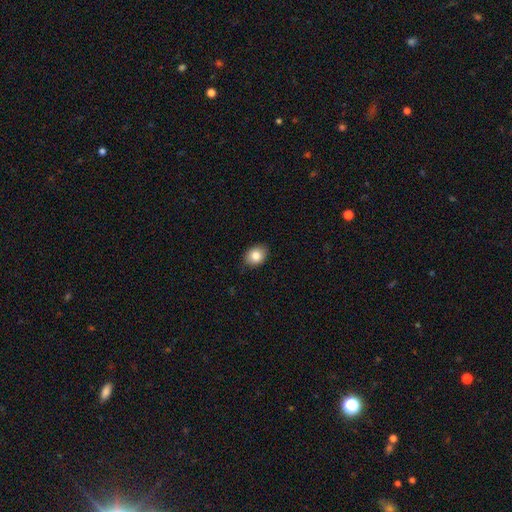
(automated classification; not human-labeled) Smooth or featured?
  - smooth: 84% *
  - star or artifact: 9%
  - featured or disk: 8%
How rounded?
  - in between: 61% *
  - round: 38%
  - cigar-shaped: 1%
Merging?
  - none: 85% *
  - minor disturbance: 12%
  - major disturbance: 2%
  - merger: 1%